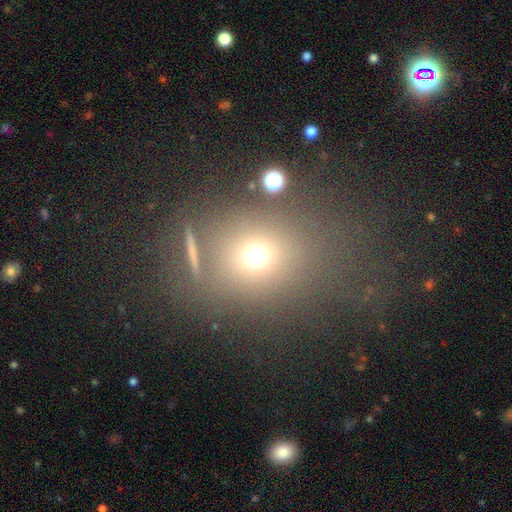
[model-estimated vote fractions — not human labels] Smooth or featured: smooth — 66% (star or artifact — 23%)
How rounded: round — 75% (in between — 23%)
Merging: none — 72% (minor disturbance — 11%)